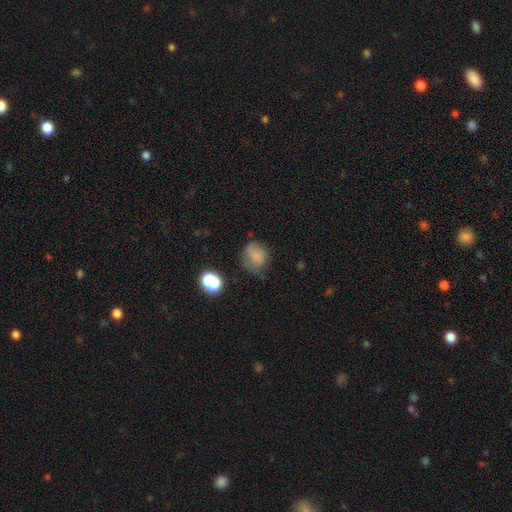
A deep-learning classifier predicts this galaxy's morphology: Overall: smooth (70%). How rounded: round (62%; in between 37%). Merging: none (54%; minor disturbance 30%).